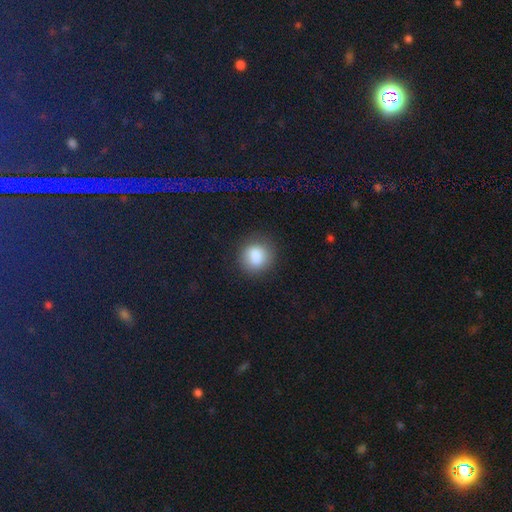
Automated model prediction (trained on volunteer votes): A smooth galaxy with no disk features (82%) that is round (74%). Merging: none (80%).